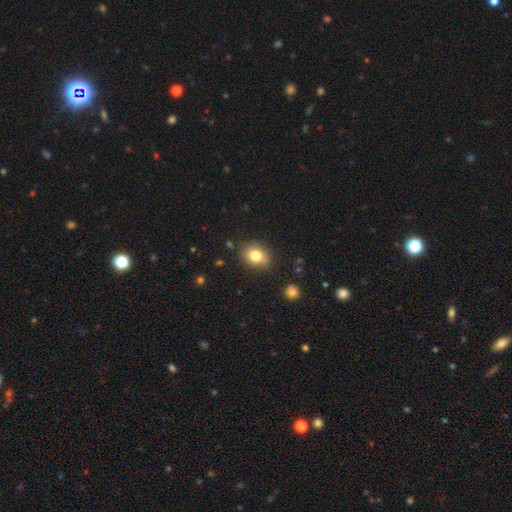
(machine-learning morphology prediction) Smooth or featured? smooth (79%)
How rounded? round (52%)
Merging? none (80%)